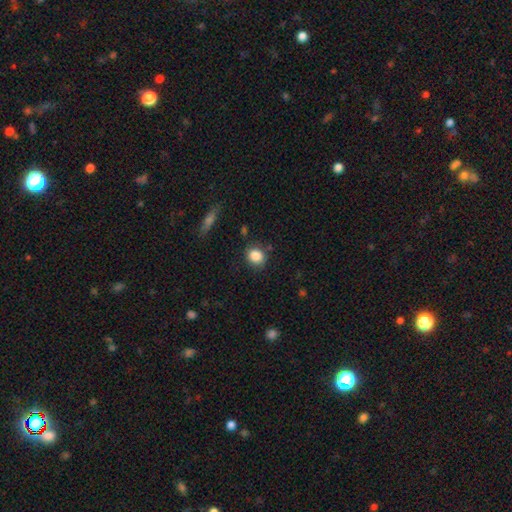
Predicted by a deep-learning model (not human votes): Morphology: type=smooth (86%); roundness=round (72%); merging=none (82%).